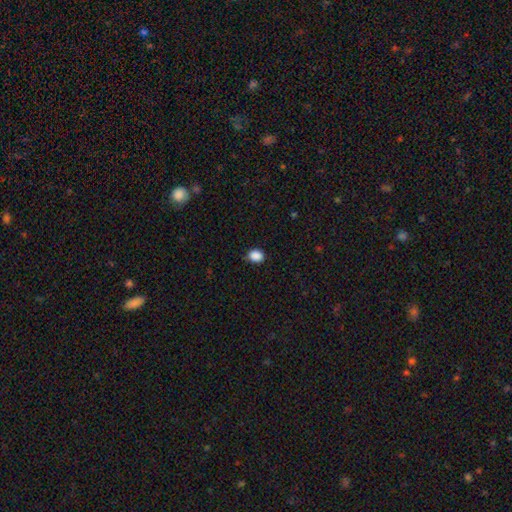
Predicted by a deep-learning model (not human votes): The model was most divided on "how rounded": in between: 50%, round: 49%, cigar-shaped: 1%. More confident: smooth or featured — smooth (88%); merging — none (79%).